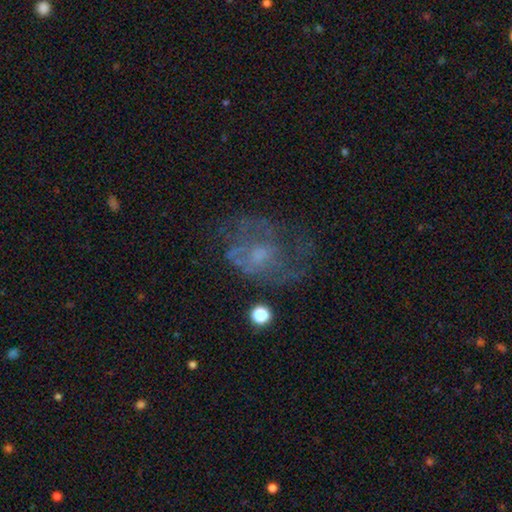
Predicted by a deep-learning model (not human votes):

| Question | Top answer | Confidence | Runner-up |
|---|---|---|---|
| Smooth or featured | featured or disk | 60% | smooth (25%) |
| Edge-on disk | no | 97% | yes (3%) |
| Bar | no | 77% | weak (20%) |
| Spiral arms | no | 53% | yes (47%) |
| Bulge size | small | 36% | moderate (32%) |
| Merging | none | 44% | major disturbance (32%) |